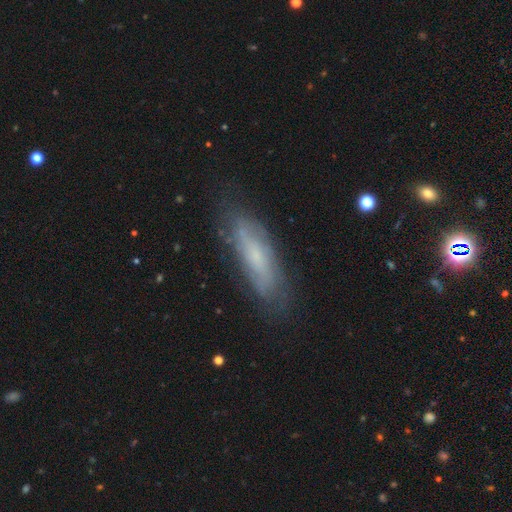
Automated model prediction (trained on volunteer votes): Smooth or featured? featured or disk (50%)
Edge-on disk? no (69%)
Merging? none (74%)